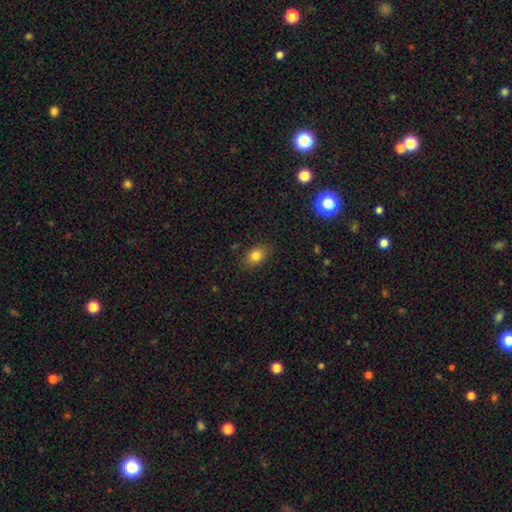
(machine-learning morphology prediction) A smooth galaxy with no disk features (80%) that is in between round and cigar-shaped (71%). Merging: none (83%).